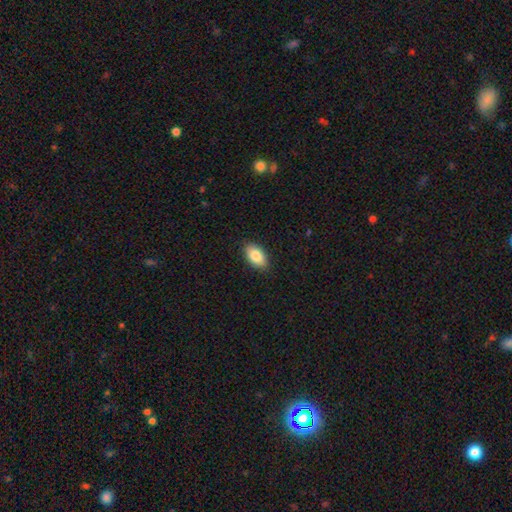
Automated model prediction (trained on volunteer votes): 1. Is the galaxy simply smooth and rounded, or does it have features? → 85% smooth, 9% featured or disk, 7% star or artifact.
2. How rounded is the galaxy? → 93% in between, 4% round, 2% cigar-shaped.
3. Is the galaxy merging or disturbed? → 88% none, 9% minor disturbance, 2% major disturbance, 1% merger.